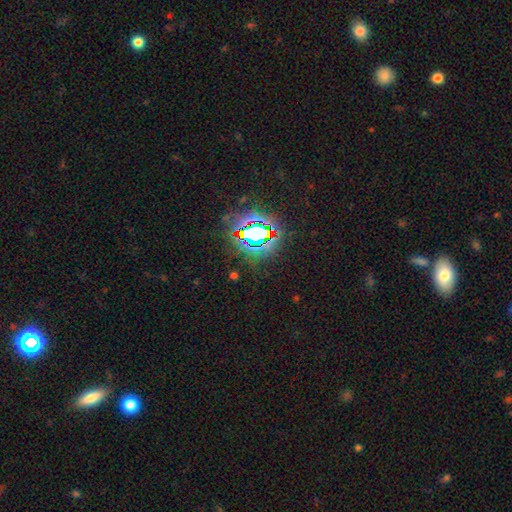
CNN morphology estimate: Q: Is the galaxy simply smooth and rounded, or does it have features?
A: star or artifact — 80%.